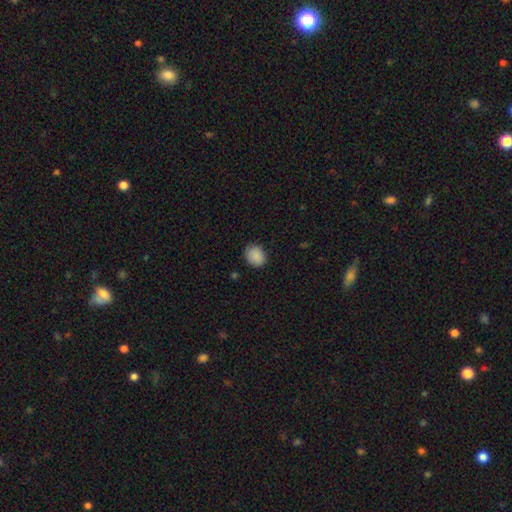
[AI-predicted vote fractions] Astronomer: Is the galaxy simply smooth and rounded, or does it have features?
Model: smooth — 89%.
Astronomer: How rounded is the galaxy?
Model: round — 56% (runner-up: in between, 43%).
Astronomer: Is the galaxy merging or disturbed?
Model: none — 84%.